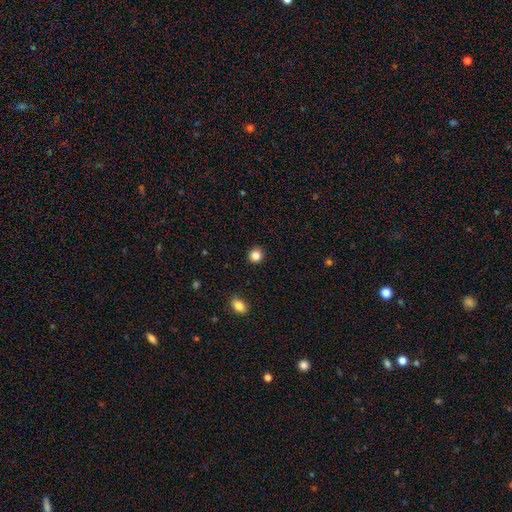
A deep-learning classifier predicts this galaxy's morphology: smooth_or_featured: smooth (p=0.85) [alt: star or artifact p=0.11]
how_rounded: round (p=0.88) [alt: in between p=0.11]
merging: none (p=0.91) [alt: minor disturbance p=0.06]